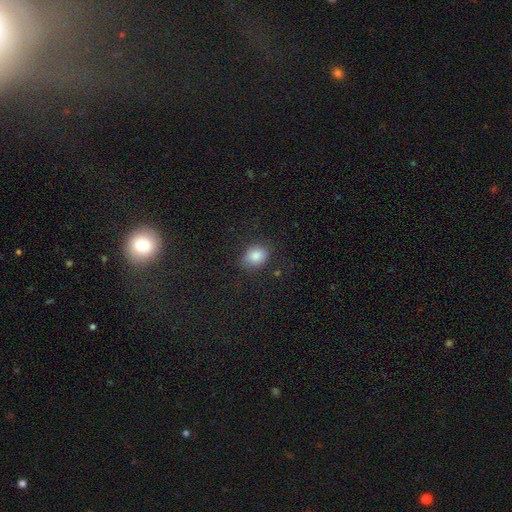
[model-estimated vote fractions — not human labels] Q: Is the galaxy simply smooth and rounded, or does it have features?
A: smooth — 83%.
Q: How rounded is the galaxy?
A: in between — 60%.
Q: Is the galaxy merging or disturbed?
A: none — 76%.